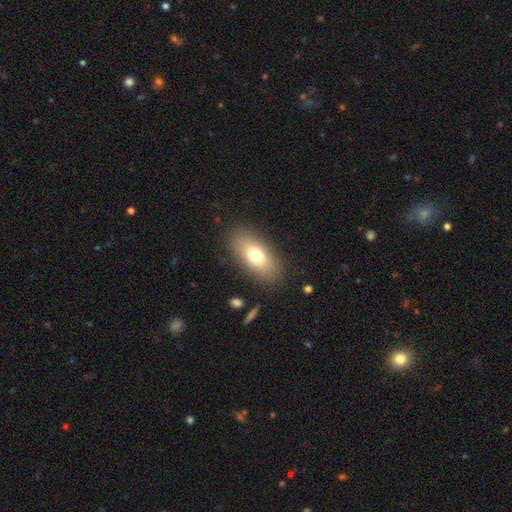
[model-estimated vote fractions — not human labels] Q: Smooth or featured?
A: smooth (73%); runner-up: featured or disk (18%)
Q: How rounded?
A: in between (88%); runner-up: cigar-shaped (8%)
Q: Merging?
A: none (86%); runner-up: minor disturbance (9%)